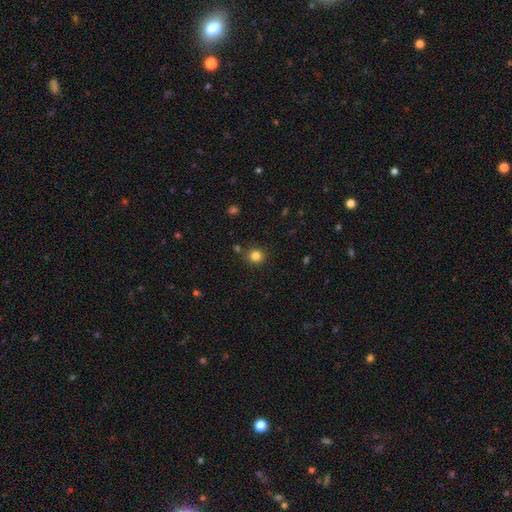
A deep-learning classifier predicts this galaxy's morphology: Smooth or featured? smooth (83%)
How rounded? round (90%)
Merging? none (84%)